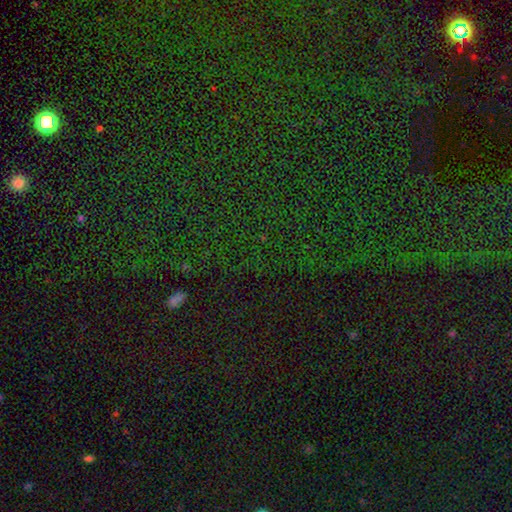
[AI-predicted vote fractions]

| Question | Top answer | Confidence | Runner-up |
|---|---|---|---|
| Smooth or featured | star or artifact | 82% | smooth (11%) |